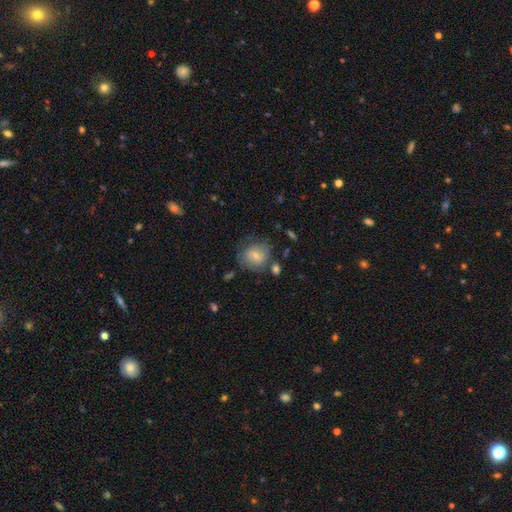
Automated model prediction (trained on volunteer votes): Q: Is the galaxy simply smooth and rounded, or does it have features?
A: smooth — 60%.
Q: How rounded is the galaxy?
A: round — 71%.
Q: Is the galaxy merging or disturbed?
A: none — 57%.